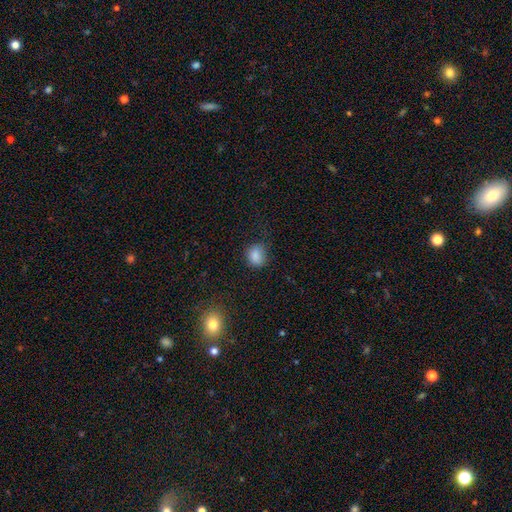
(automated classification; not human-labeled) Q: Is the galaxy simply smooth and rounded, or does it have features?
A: smooth — 84%.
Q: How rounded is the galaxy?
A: round — 59%.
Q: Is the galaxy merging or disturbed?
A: none — 69%.